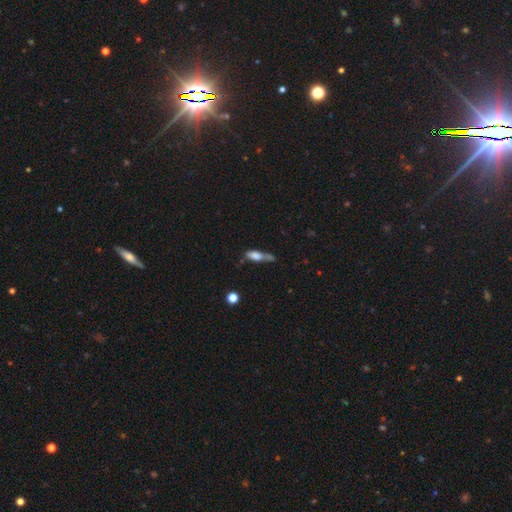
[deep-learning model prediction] Smooth or featured? Predicted: smooth (p=0.69). How rounded? Predicted: in between (p=0.55). Merging? Predicted: none (p=0.34).